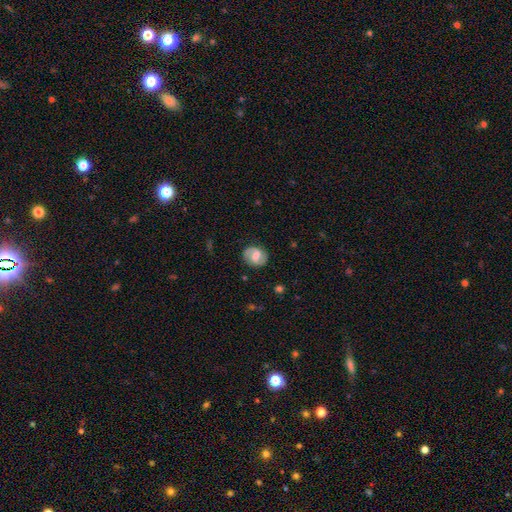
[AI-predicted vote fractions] smooth-or-featured: featured or disk: 67% | smooth: 26% | star or artifact: 6%
  disk-edge-on: no: 97% | yes: 3%
    bar: weak: 52% | no: 27% | strong: 21%
    has-spiral-arms: yes: 90% | no: 10%
      spiral-winding: medium: 48% | tight: 28% | loose: 23%
      spiral-arm-count: 2: 89% | can't tell: 5% | 1: 3% | 3: 1% | 4: 1% | more than 4: 1%
    bulge-size: moderate: 56% | small: 20% | large: 16% | none: 6% | dominant: 2%
  merging: none: 83% | minor disturbance: 12% | major disturbance: 4% | merger: 1%